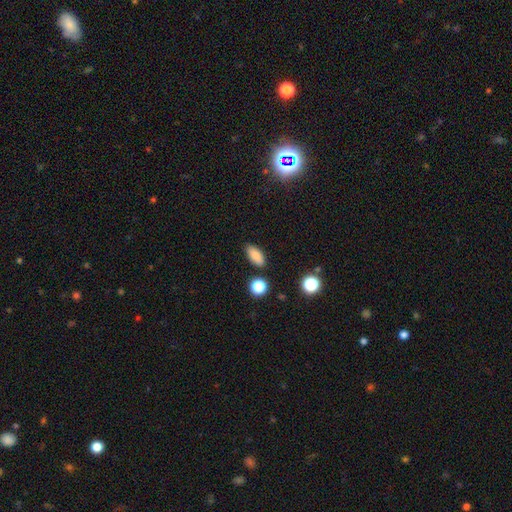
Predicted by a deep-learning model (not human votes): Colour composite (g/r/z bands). It shows a smooth galaxy with no disk features (85%) that is in between round and cigar-shaped (85%). Merging: none (85%).